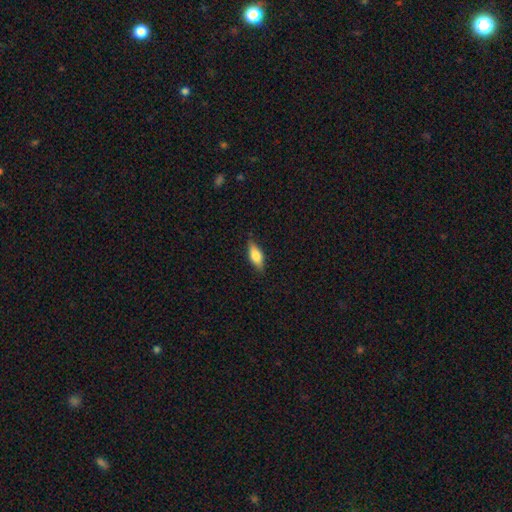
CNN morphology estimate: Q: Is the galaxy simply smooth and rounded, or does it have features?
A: smooth — 70%.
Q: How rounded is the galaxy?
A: in between — 75%.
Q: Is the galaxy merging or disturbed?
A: none — 81%.